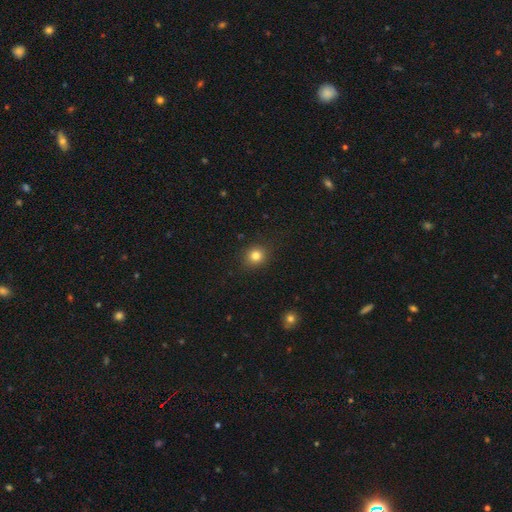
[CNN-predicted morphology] Overall: smooth (81%). How rounded: round (84%). Merging: none (89%).